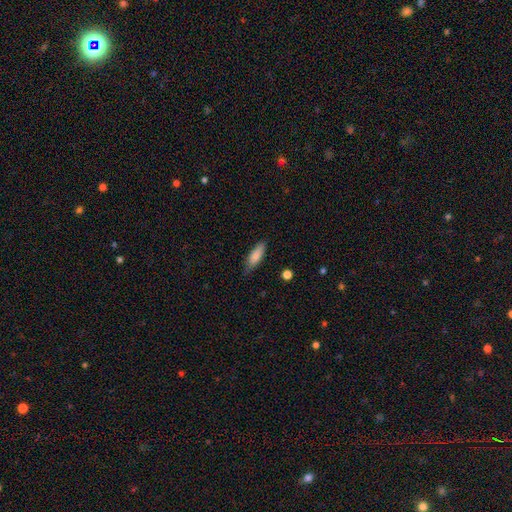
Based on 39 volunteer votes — Smooth or featured? 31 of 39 (79%) said smooth. How rounded? 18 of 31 (58%) said in between. Merging? 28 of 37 (76%) said none.